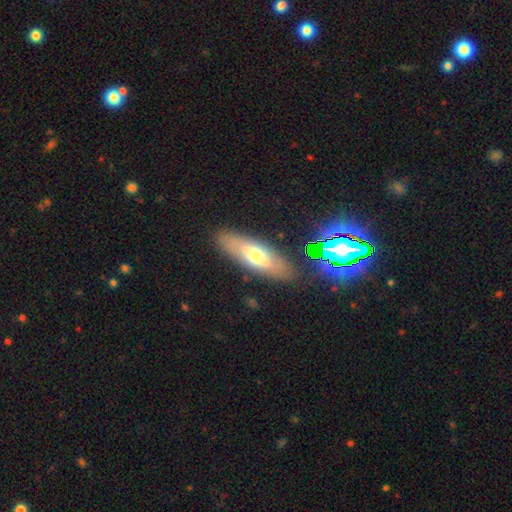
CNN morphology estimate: Smooth or featured: smooth — 56% (featured or disk — 36%)
How rounded: in between — 64% (cigar-shaped — 33%)
Merging: none — 84% (minor disturbance — 10%)